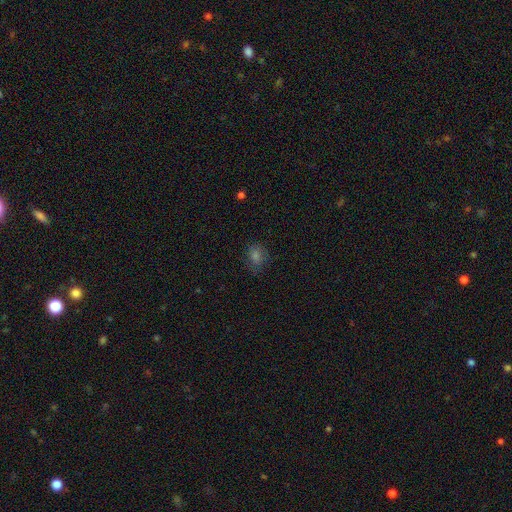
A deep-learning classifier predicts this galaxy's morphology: A smooth galaxy with no disk features (64%) that is round (56%). Merging: none (78%).